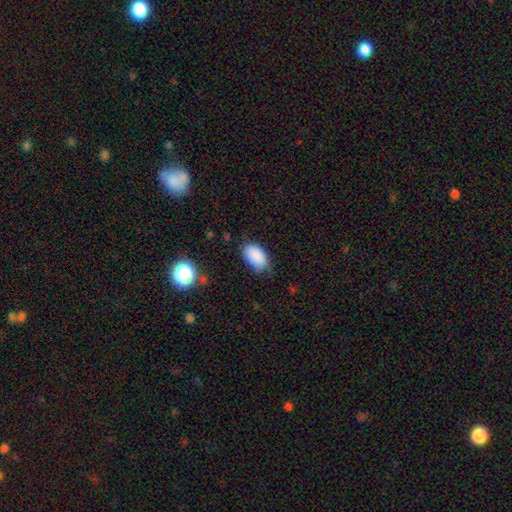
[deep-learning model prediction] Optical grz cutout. It shows a smooth galaxy with no disk features (87%) that is in between round and cigar-shaped (92%). Merging: none (65%).